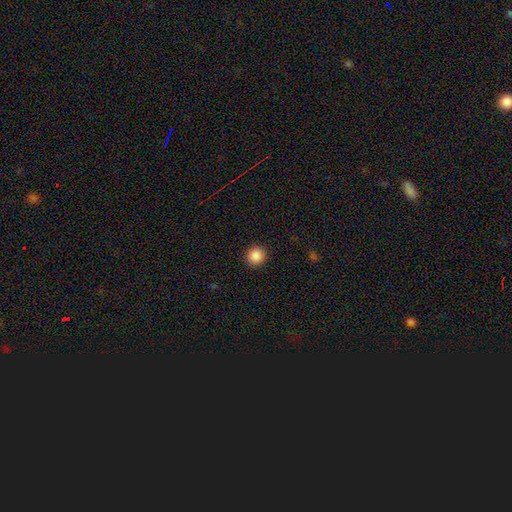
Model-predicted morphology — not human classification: A smooth galaxy with no disk features (87%) that is round (94%). Merging: none (92%).